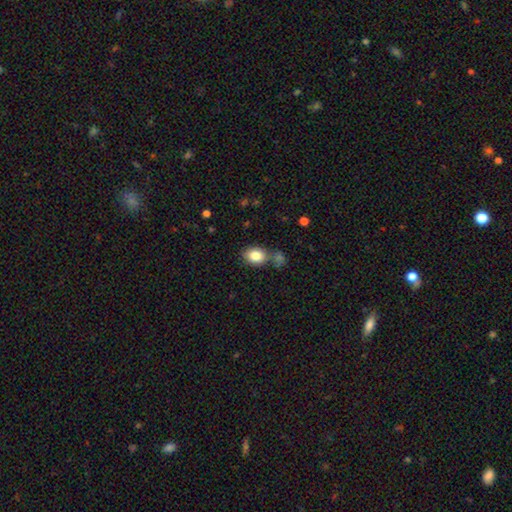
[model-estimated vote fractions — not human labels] Overall: smooth (83%). How rounded: in between (68%; round 31%). Merging: none (66%).